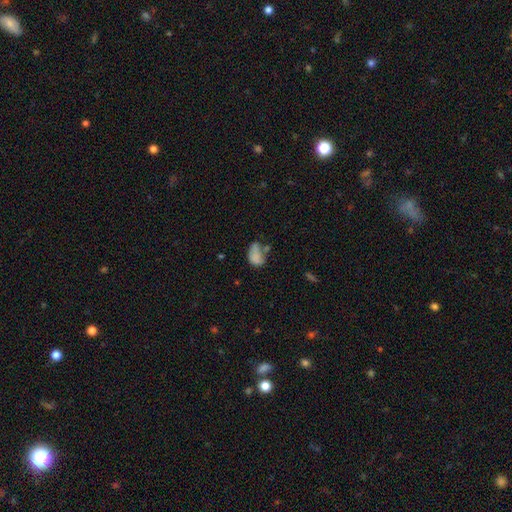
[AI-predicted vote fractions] Smooth or featured: smooth — 71% (featured or disk — 19%)
How rounded: in between — 85% (round — 13%)
Merging: none — 30% (minor disturbance — 27%)